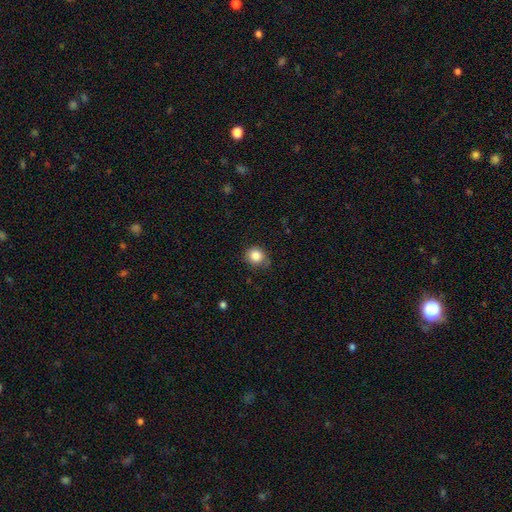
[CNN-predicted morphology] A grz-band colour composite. It shows a smooth galaxy with no disk features (84%) that is round (80%). Merging: none (69%).